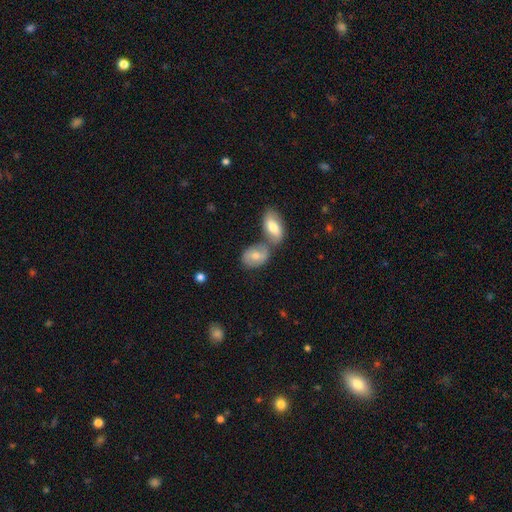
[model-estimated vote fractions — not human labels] A smooth galaxy with no disk features (62%) that is in between round and cigar-shaped (81%).

Vote fractions:
- Smooth or featured? smooth: 62% / featured or disk: 31% / star or artifact: 7%
- How rounded? in between: 81% / round: 17% / cigar-shaped: 2%
- Merging? merger: 54% / none: 32% / minor disturbance: 10% / major disturbance: 4%